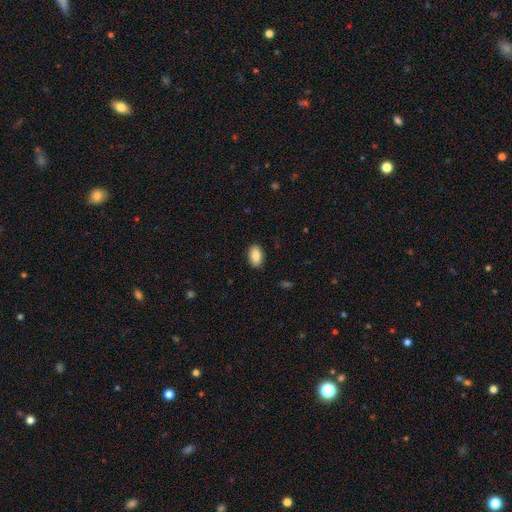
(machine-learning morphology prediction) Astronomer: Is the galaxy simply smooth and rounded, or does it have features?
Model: smooth — 88%.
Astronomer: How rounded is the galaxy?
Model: in between — 93%.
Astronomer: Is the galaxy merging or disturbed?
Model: none — 88%.